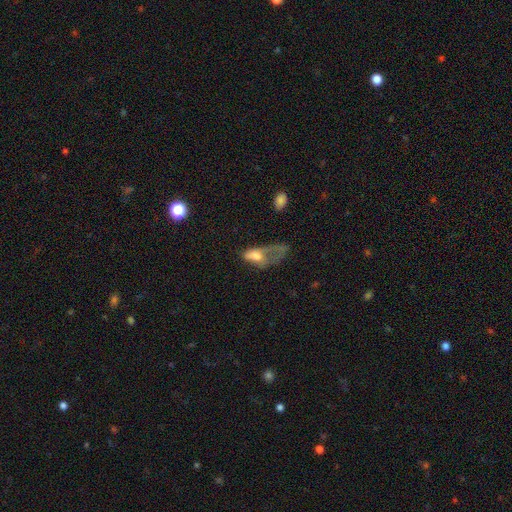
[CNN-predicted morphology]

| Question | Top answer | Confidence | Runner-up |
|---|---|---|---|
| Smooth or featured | smooth | 56% | featured or disk (35%) |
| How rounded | in between | 83% | cigar-shaped (9%) |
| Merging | major disturbance | 69% | minor disturbance (14%) |